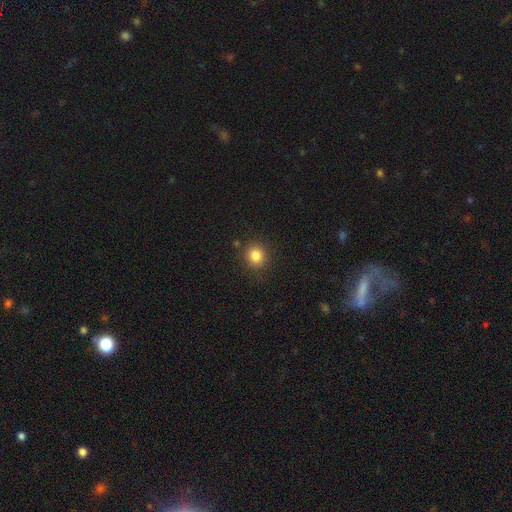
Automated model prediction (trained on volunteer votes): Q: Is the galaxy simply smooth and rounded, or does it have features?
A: smooth — 82%.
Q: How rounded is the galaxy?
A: round — 88%.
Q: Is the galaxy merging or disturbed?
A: none — 88%.